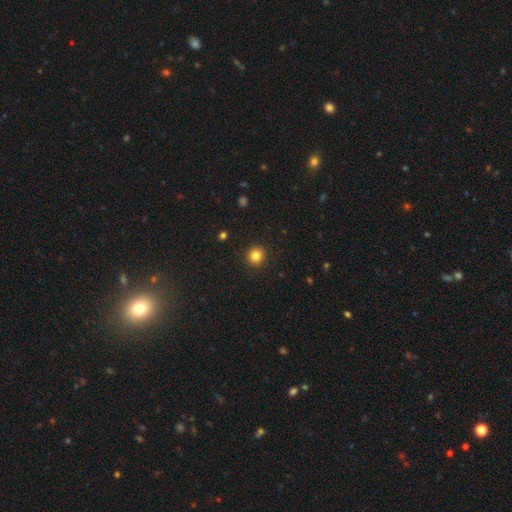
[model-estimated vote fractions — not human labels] The model was most divided on "smooth or featured": smooth: 83%, star or artifact: 11%, featured or disk: 6%. More confident: how rounded — round (92%); merging — none (92%).